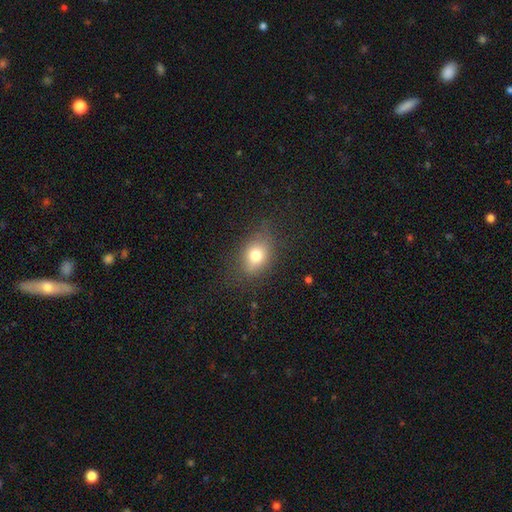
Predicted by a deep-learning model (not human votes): Smooth or featured? smooth (75%)
How rounded? in between (66%)
Merging? none (73%)